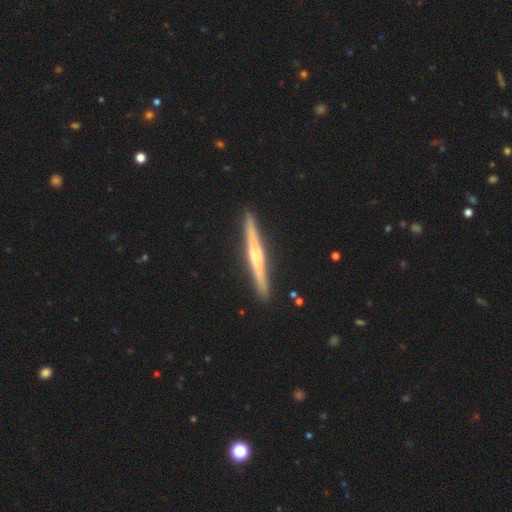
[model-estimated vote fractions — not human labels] A featured or disk galaxy (74%) viewed edge-on (98%) with a rounded central bulge (63%). Merging: none (92%).